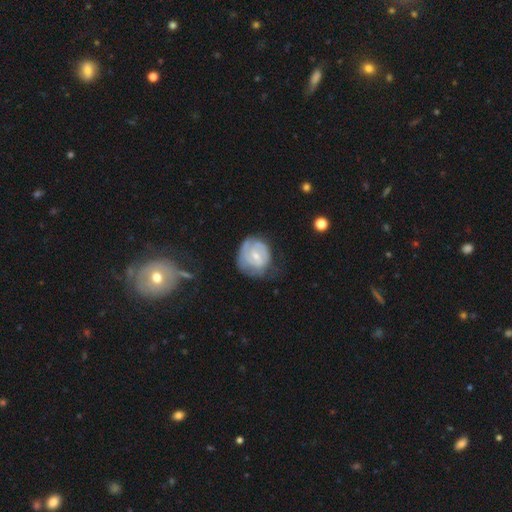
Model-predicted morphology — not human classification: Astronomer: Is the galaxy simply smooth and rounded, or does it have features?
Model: featured or disk — 69%.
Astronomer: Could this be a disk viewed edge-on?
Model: no — 97%.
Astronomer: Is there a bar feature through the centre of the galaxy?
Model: no — 49% (runner-up: weak, 43%).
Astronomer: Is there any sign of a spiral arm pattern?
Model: yes — 82%.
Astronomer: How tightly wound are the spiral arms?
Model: tight — 61%.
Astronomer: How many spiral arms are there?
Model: can't tell — 41% (runner-up: 2, 34%).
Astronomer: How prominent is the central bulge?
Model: small — 60% (runner-up: moderate, 35%).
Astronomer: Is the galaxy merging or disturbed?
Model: none — 51% (runner-up: minor disturbance, 29%).